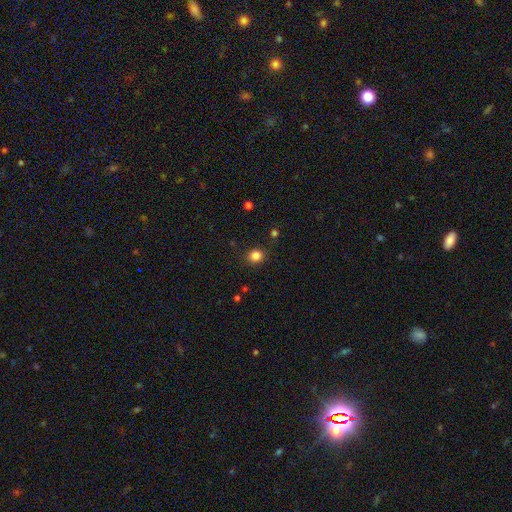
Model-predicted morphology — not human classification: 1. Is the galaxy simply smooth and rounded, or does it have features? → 83% smooth, 13% star or artifact, 4% featured or disk.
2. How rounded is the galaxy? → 79% round, 20% in between, 1% cigar-shaped.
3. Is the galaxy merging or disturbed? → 88% none, 8% minor disturbance, 3% major disturbance, 1% merger.